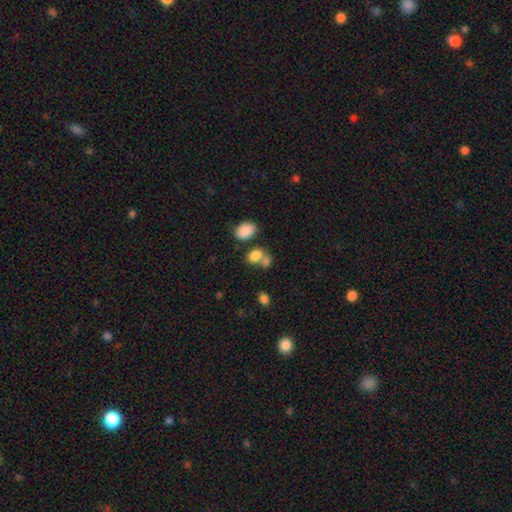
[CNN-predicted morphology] Smooth or featured? Predicted: smooth (p=0.82). How rounded? Predicted: in between (p=0.73). Merging? Predicted: none (p=0.44).